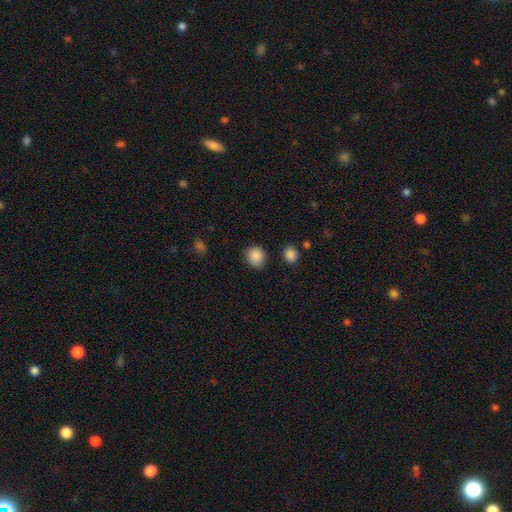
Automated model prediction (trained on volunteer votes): Overall: smooth (88%). How rounded: round (76%). Merging: none (78%).